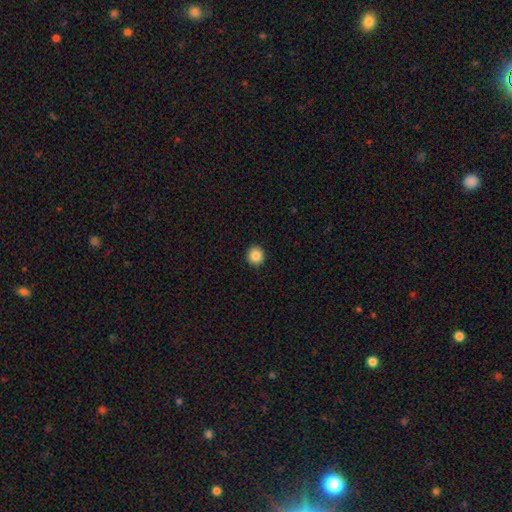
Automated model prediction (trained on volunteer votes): The model was most divided on "smooth or featured": smooth: 86%, star or artifact: 9%, featured or disk: 5%. More confident: how rounded — round (93%); merging — none (93%).